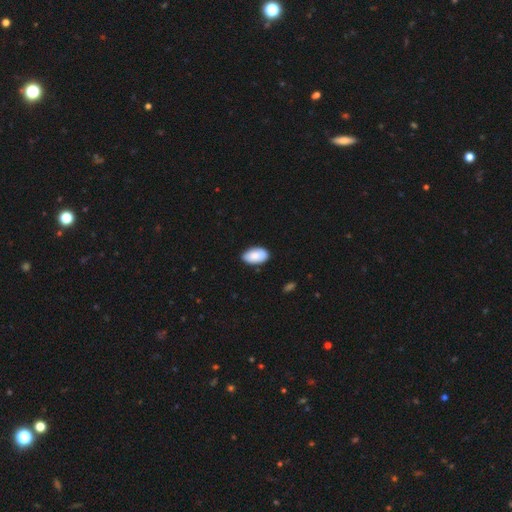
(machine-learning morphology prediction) This appears to be a smooth galaxy with no disk features (87%) that is in between round and cigar-shaped (95%). Merging: none (83%).